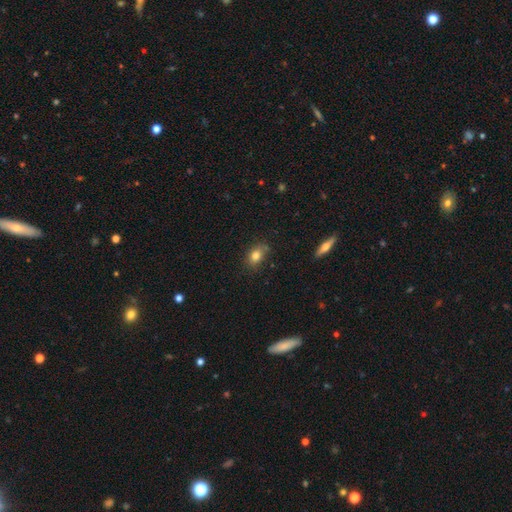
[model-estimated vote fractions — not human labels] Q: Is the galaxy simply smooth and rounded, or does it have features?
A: smooth — 80%.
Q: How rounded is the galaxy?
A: in between — 68%.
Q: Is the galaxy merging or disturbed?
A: none — 74%.